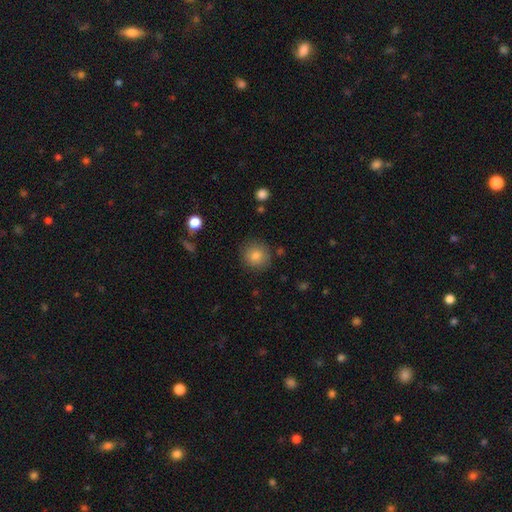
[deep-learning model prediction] smooth 81%, star or artifact 11%, featured or disk 8%. Down the decision tree: how rounded — round (92%); merging — none (87%).